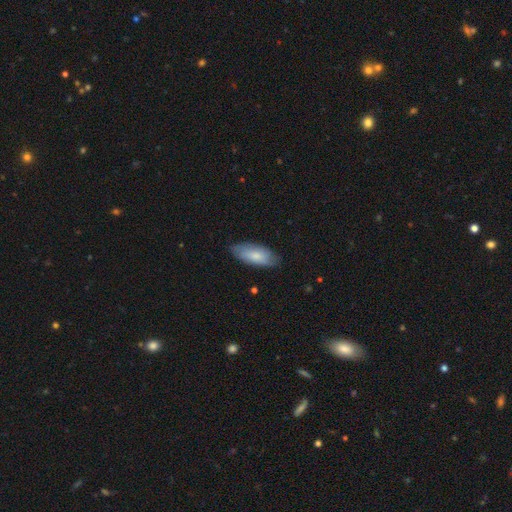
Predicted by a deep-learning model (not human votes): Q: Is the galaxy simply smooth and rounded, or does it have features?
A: smooth — 75%.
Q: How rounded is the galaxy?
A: in between — 83%.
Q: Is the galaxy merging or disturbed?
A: none — 78%.